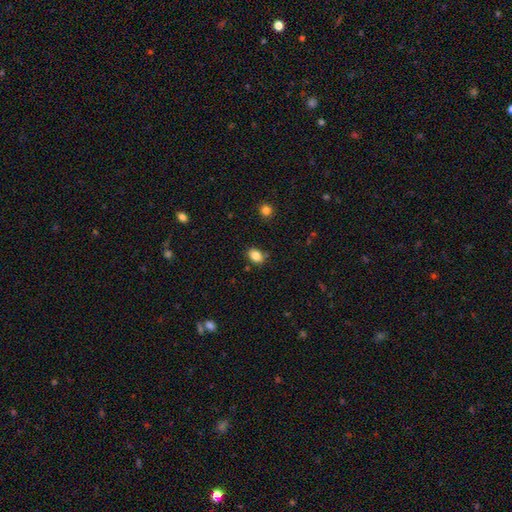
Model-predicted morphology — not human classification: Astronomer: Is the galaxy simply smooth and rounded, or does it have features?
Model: smooth — 84%.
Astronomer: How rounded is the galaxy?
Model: in between — 72%.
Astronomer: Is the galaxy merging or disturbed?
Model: none — 79%.